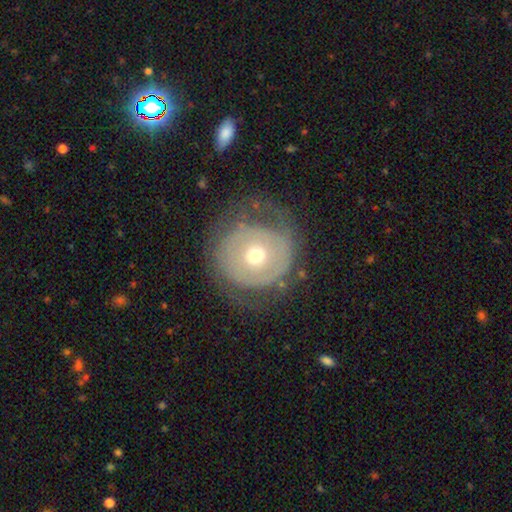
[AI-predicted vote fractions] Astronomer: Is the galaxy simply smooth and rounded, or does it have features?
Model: featured or disk — 56% (runner-up: smooth, 36%).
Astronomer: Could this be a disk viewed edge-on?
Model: no — 96%.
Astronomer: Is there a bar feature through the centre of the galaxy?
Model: no — 82%.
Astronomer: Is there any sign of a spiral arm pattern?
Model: no — 58% (runner-up: yes, 42%).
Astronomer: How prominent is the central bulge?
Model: moderate — 57% (runner-up: small, 36%).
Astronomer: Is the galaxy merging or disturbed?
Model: none — 53%.